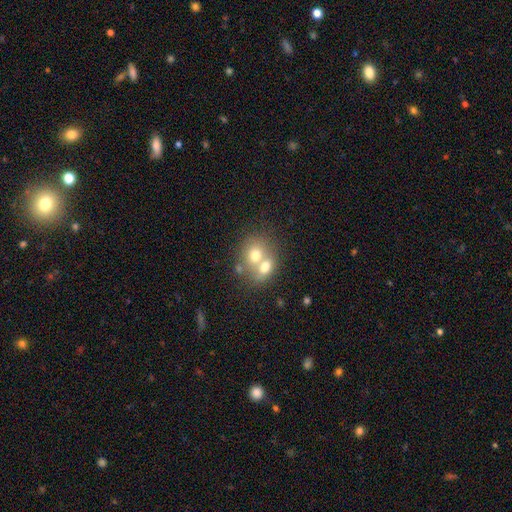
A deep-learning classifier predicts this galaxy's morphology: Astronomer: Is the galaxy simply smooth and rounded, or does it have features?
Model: smooth — 65%.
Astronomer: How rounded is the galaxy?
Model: round — 64%.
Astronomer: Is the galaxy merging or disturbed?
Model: merger — 66%.